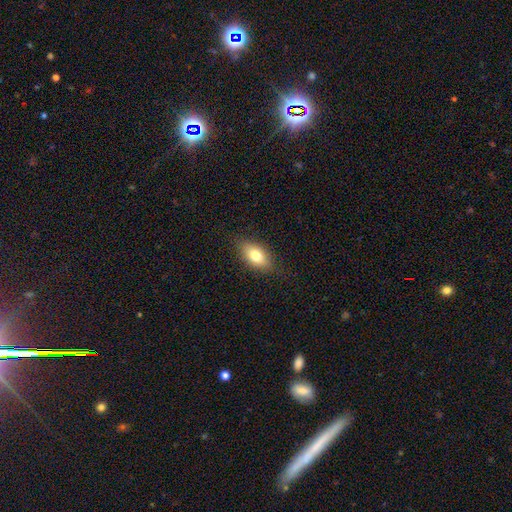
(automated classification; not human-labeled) A smooth galaxy with no disk features (76%) that is in between round and cigar-shaped (87%). Merging: none (84%).